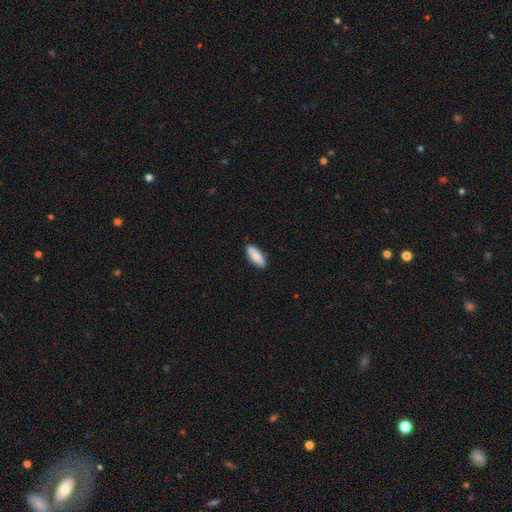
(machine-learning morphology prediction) type=smooth (82%); roundness=in between (67%); merging=none (88%).